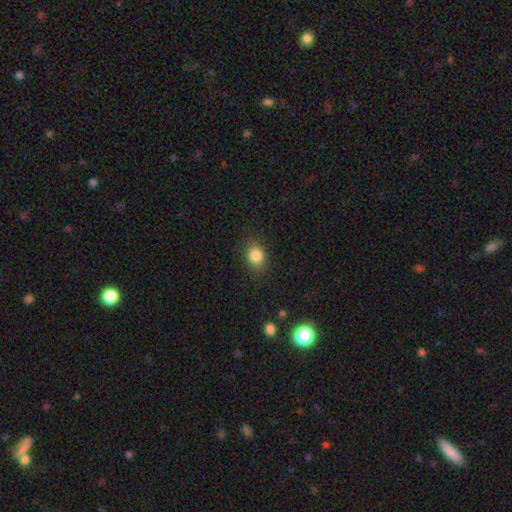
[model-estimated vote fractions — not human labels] A smooth galaxy with no disk features (84%) that is round (51%).

Vote fractions:
- Smooth or featured? smooth: 84% / star or artifact: 10% / featured or disk: 6%
- How rounded? round: 51% / in between: 48% / cigar-shaped: 1%
- Merging? none: 85% / minor disturbance: 11% / major disturbance: 3% / merger: 1%